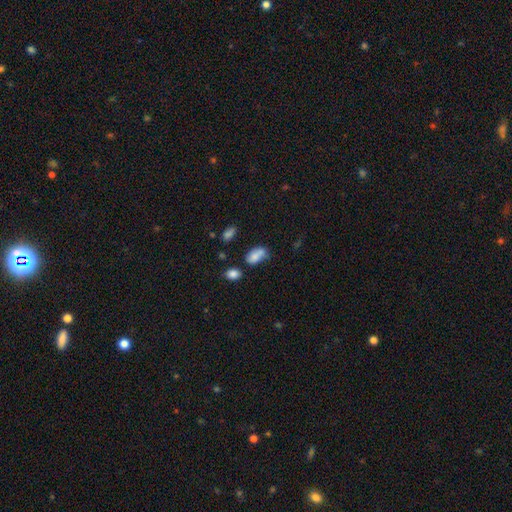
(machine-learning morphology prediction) type=smooth (78%); roundness=in between (91%); merging=none (46%).